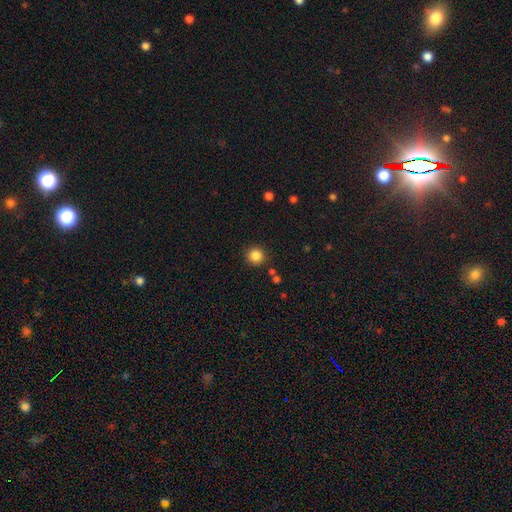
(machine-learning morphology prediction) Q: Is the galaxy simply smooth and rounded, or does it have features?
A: smooth — 84%.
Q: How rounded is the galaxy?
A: round — 93%.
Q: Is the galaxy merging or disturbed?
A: none — 88%.